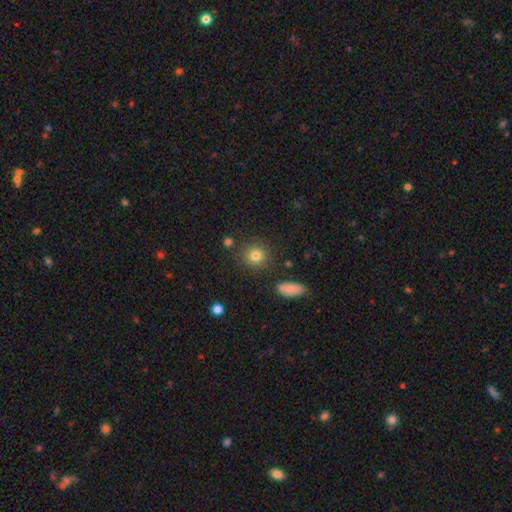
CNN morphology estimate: smooth-or-featured: smooth: 80% | star or artifact: 12% | featured or disk: 8%
  how-rounded: round: 89% | in between: 10% | cigar-shaped: 1%
  merging: none: 85% | minor disturbance: 8% | merger: 4% | major disturbance: 3%